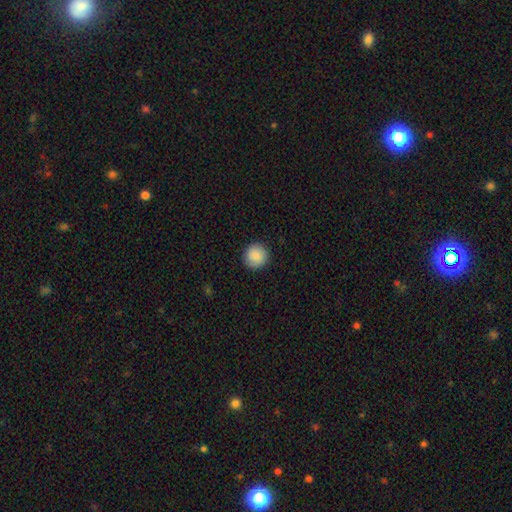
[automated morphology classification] Smooth or featured? Predicted: smooth (p=0.89). How rounded? Predicted: round (p=0.95). Merging? Predicted: none (p=0.92).